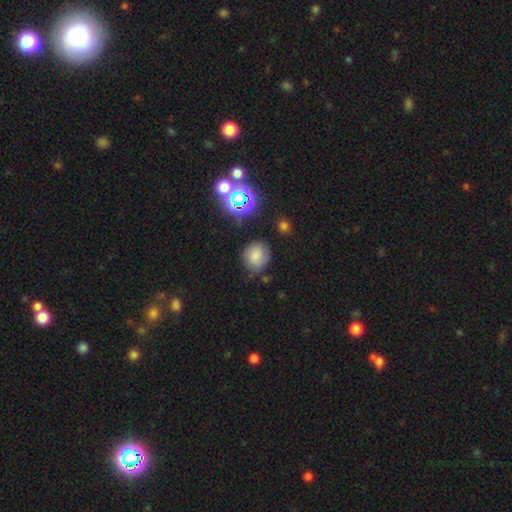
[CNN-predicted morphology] This appears to be a smooth galaxy with no disk features (73%) that is round (78%). Merging: none (72%).